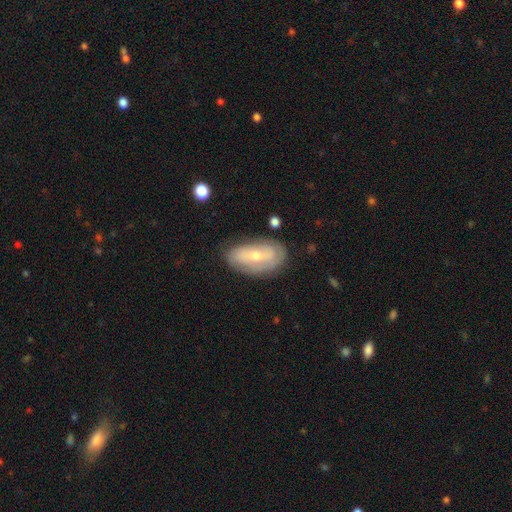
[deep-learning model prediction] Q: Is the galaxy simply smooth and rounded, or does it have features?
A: featured or disk — 55%.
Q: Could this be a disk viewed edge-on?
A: no — 88%.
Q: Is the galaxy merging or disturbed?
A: none — 73%.